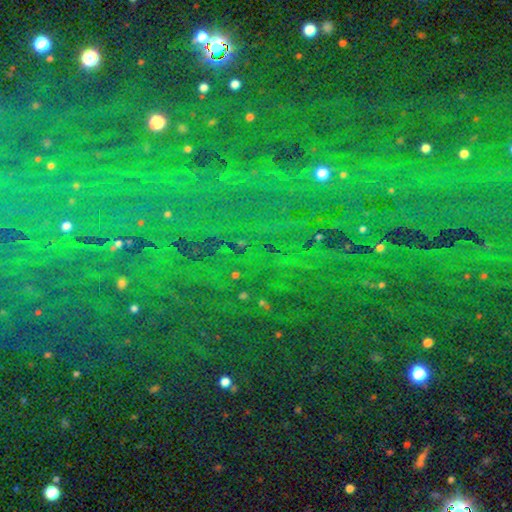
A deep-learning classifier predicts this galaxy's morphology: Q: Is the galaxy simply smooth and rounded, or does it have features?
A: star or artifact — 84%.